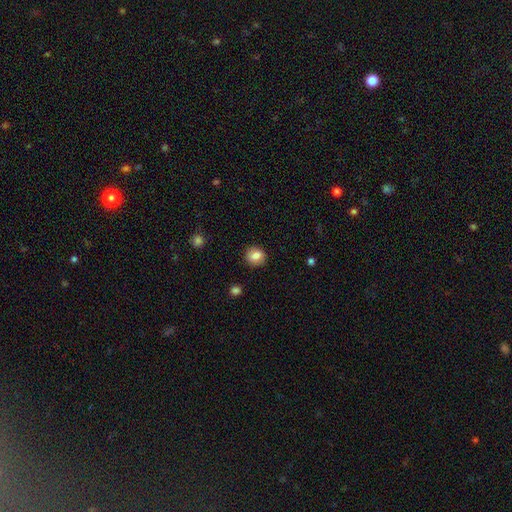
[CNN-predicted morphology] smooth 81%, featured or disk 10%, star or artifact 9%. Down the decision tree: how rounded — round (74%); merging — none (88%).